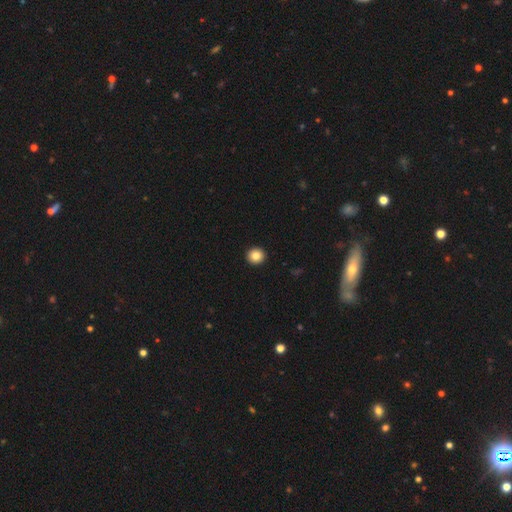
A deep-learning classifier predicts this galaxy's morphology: This is clearly a smooth galaxy (84%). How rounded: clearly round (92%). Merging: clearly none (94%).